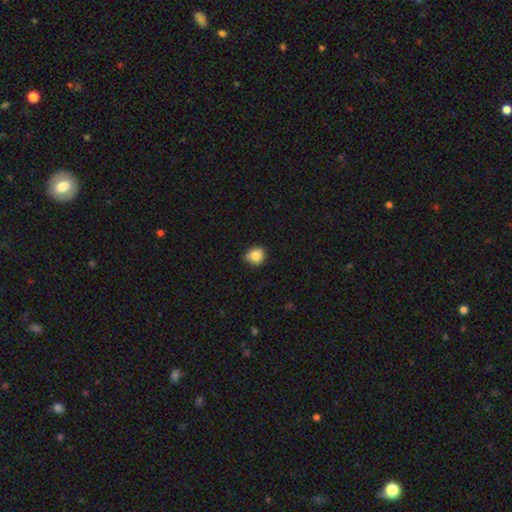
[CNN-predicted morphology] Smooth or featured? Predicted: smooth (p=0.83). How rounded? Predicted: round (p=0.78). Merging? Predicted: none (p=0.70).